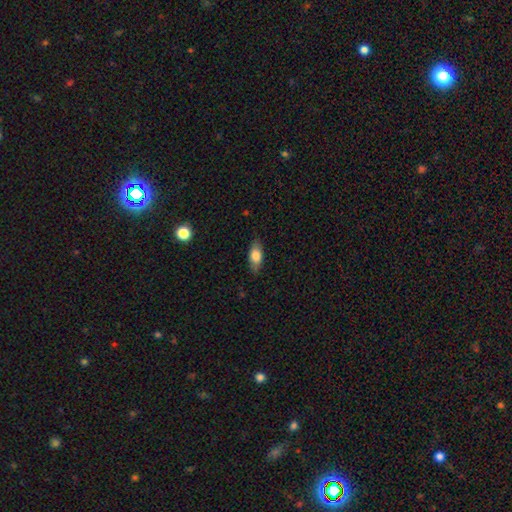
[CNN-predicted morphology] Smooth or featured? Predicted: smooth (p=0.75). How rounded? Predicted: in between (p=0.83). Merging? Predicted: none (p=0.85).